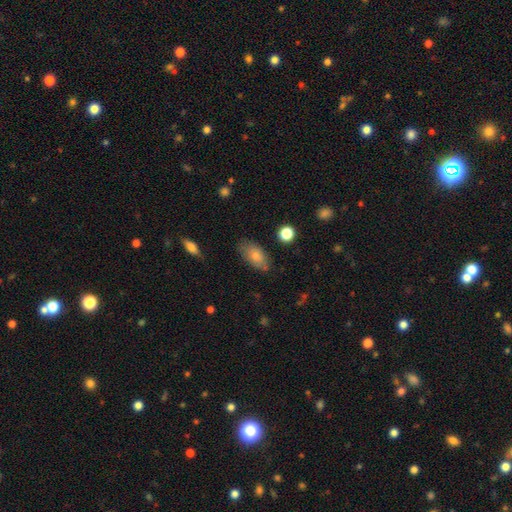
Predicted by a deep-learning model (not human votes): Overall: smooth (72%). How rounded: in between (90%). Merging: none (79%).